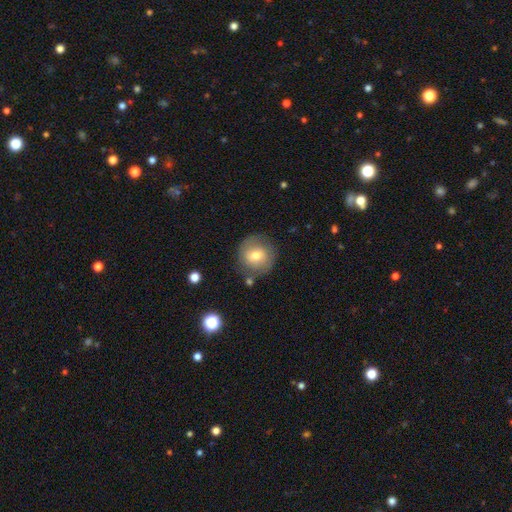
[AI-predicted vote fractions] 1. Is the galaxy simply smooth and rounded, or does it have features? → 62% smooth, 30% featured or disk, 8% star or artifact.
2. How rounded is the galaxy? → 91% round, 8% in between, 1% cigar-shaped.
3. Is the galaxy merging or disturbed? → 77% none, 14% minor disturbance, 5% major disturbance, 4% merger.